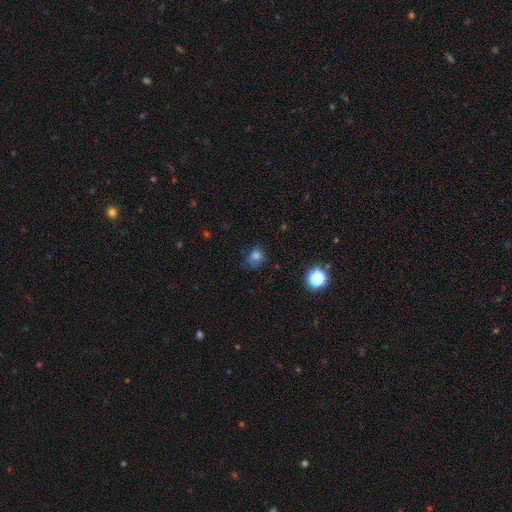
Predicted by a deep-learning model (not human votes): Smooth or featured: smooth — 74% (star or artifact — 17%)
How rounded: round — 51% (in between — 48%)
Merging: none — 57% (minor disturbance — 28%)